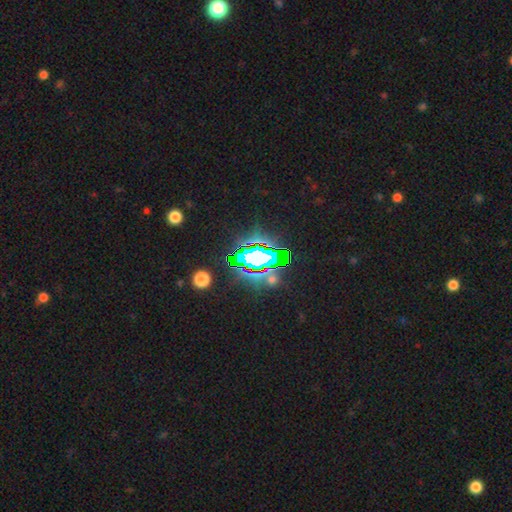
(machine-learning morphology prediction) Smooth or featured? star or artifact (71%)